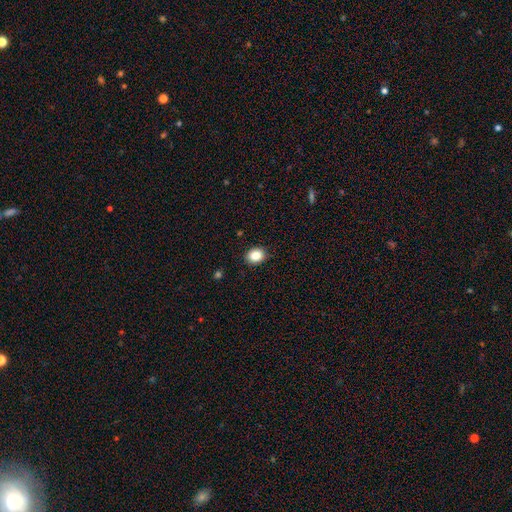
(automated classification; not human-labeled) smooth_or_featured: smooth (p=0.86) [alt: star or artifact p=0.09]
how_rounded: round (p=0.50) [alt: in between p=0.49]
merging: none (p=0.90) [alt: minor disturbance p=0.07]